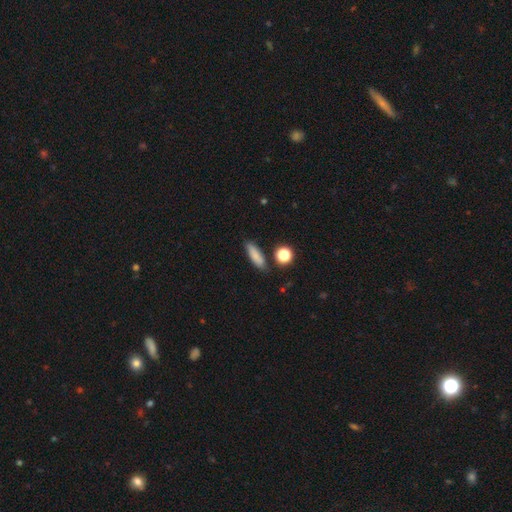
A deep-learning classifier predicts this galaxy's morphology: This appears to be a smooth galaxy with no disk features (82%) that is cigar-shaped (49%). Merging: none (81%).